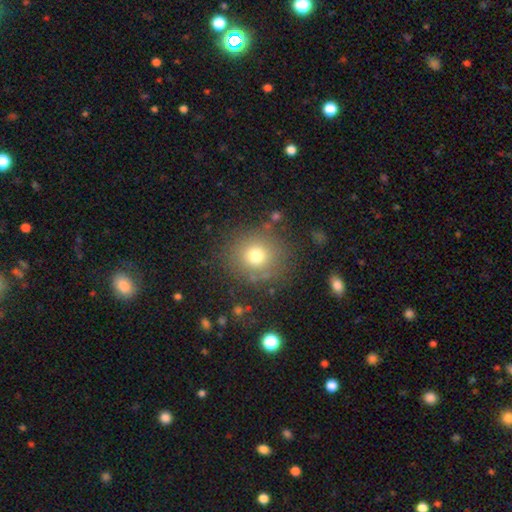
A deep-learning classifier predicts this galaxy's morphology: A smooth galaxy with no disk features (73%) that is round (86%). Merging: none (82%).